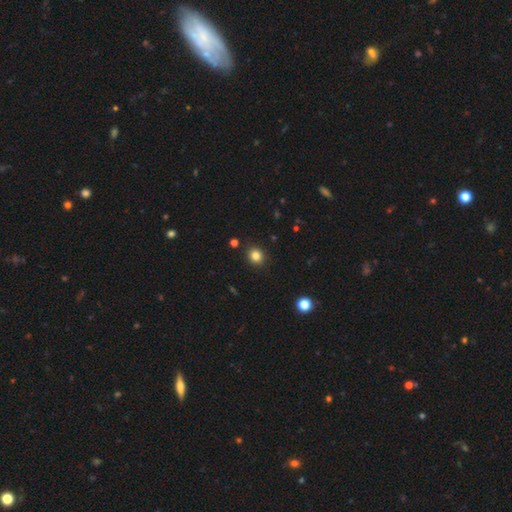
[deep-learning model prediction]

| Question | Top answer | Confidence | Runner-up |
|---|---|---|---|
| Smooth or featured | smooth | 83% | star or artifact (12%) |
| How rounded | round | 75% | in between (24%) |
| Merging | none | 90% | minor disturbance (7%) |